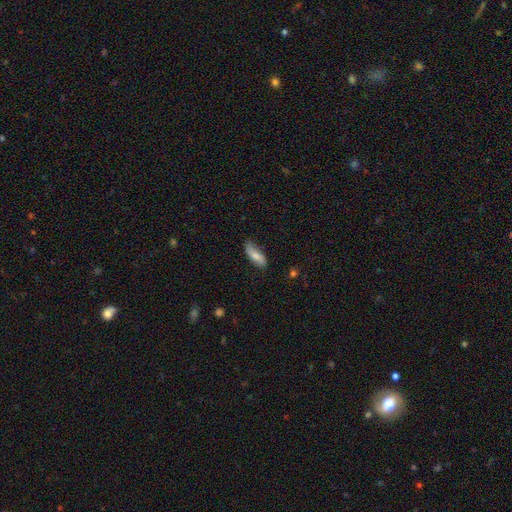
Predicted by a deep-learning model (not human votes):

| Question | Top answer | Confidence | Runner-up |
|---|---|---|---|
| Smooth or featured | smooth | 72% | featured or disk (22%) |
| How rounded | in between | 68% | cigar-shaped (30%) |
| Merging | none | 65% | minor disturbance (28%) |